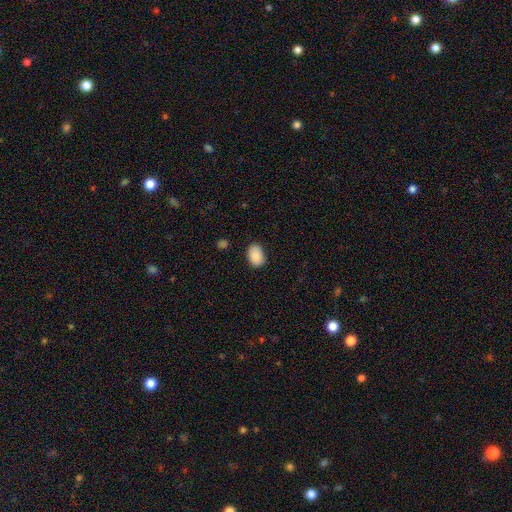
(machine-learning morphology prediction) type=smooth (89%); roundness=in between (84%); merging=none (84%).